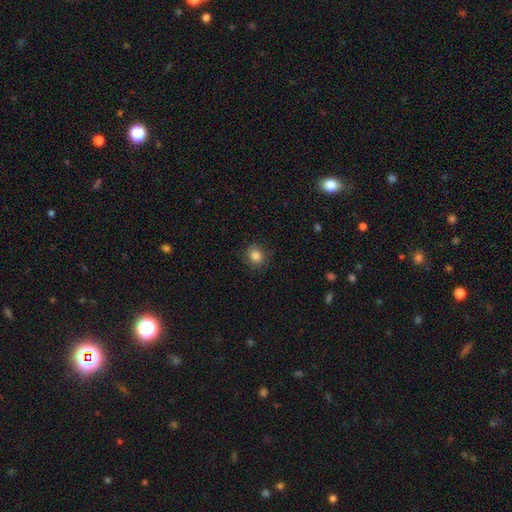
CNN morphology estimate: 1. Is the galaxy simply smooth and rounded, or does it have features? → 84% smooth, 10% star or artifact, 6% featured or disk.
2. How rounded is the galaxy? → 78% round, 21% in between, 1% cigar-shaped.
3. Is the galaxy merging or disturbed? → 85% none, 11% minor disturbance, 3% major disturbance, 1% merger.